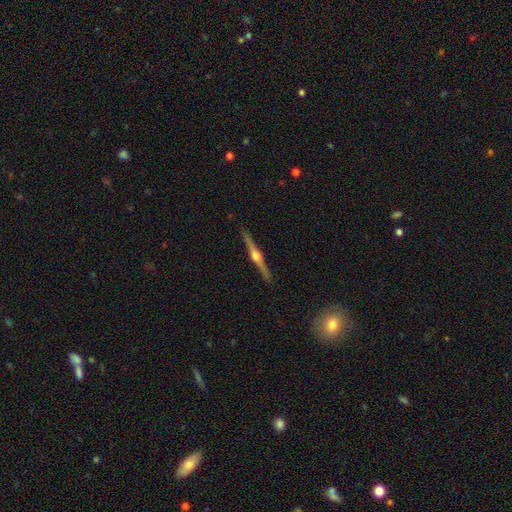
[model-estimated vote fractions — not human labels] Smooth or featured? Predicted: featured or disk (p=0.82). Edge-on disk? Predicted: yes (p=0.98). Edge-on bulge? Predicted: rounded (p=0.93). Merging? Predicted: none (p=0.91).